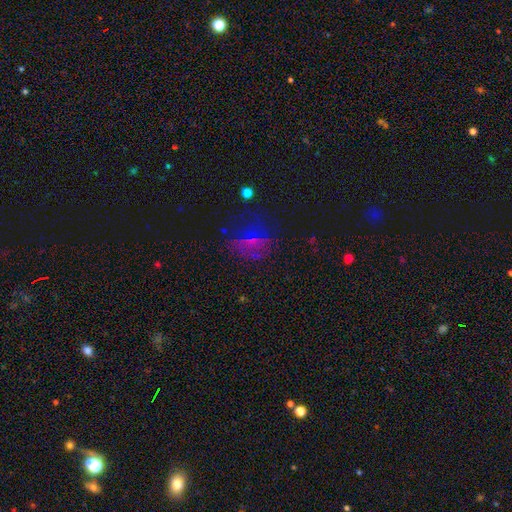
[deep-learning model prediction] Smooth or featured?
  - smooth: 38% * (tied)
  - star or artifact: 38% * (tied)
  - featured or disk: 24%
Merging?
  - none: 63% *
  - minor disturbance: 20%
  - major disturbance: 14%
  - merger: 4%